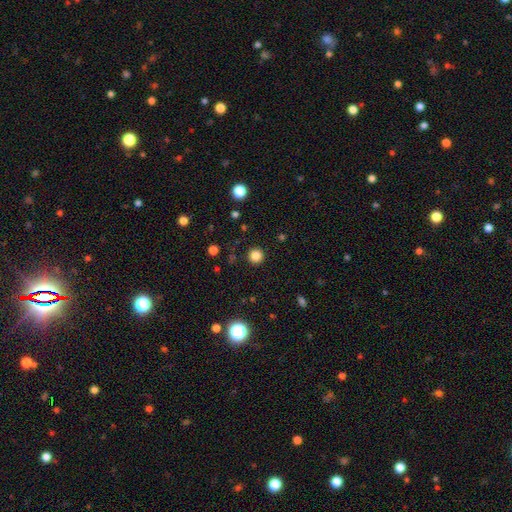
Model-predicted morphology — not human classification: A smooth galaxy with no disk features (83%) that is round (96%).

Vote fractions:
- Smooth or featured? smooth: 83% / star or artifact: 13% / featured or disk: 4%
- How rounded? round: 96% / in between: 3% / cigar-shaped: 1%
- Merging? none: 92% / minor disturbance: 5% / major disturbance: 2% / merger: 1%